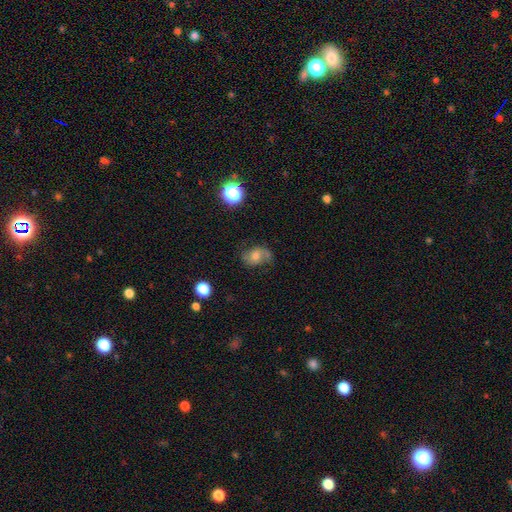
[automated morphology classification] This is marginally a featured or disk galaxy (43%, tied with smooth). Merging: possibly none (59%).